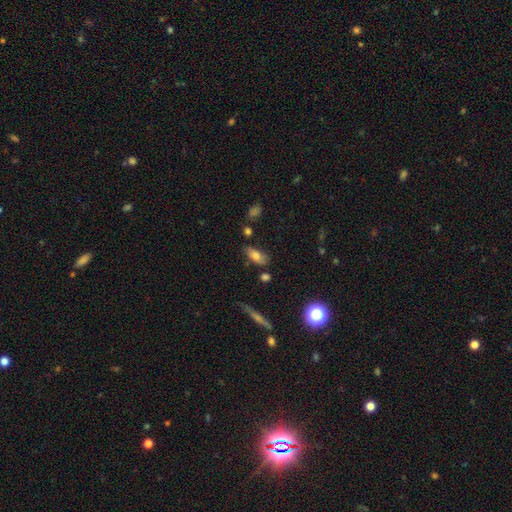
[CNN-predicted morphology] Smooth or featured?
  - smooth: 74% *
  - featured or disk: 17%
  - star or artifact: 9%
How rounded?
  - in between: 83% *
  - cigar-shaped: 14%
  - round: 3%
Merging?
  - none: 72% *
  - minor disturbance: 18%
  - merger: 5%
  - major disturbance: 4%